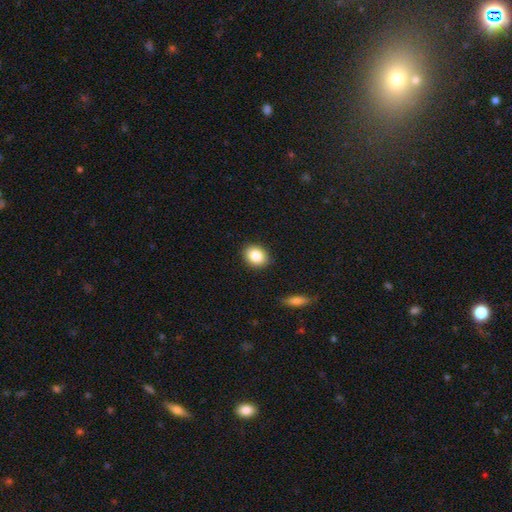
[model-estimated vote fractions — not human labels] Q: Smooth or featured?
A: smooth (84%); runner-up: star or artifact (9%)
Q: How rounded?
A: in between (50%); runner-up: round (49%)
Q: Merging?
A: none (89%); runner-up: minor disturbance (7%)